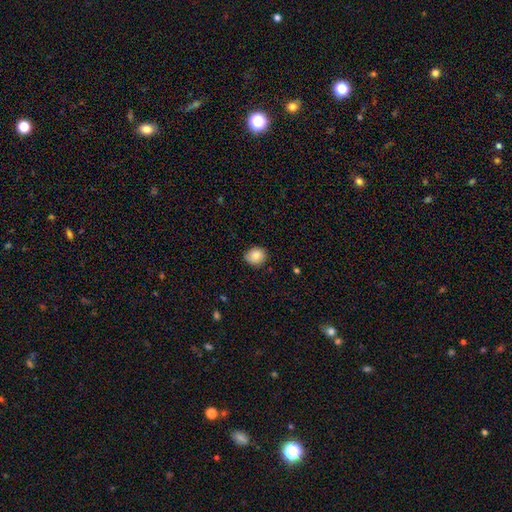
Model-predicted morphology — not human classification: type=smooth (87%); roundness=round (65%); merging=none (81%).